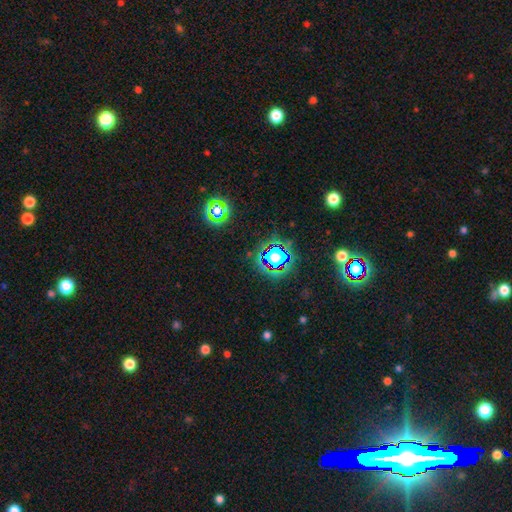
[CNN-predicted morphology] Smooth or featured?
  - star or artifact: 78% *
  - smooth: 14%
  - featured or disk: 8%